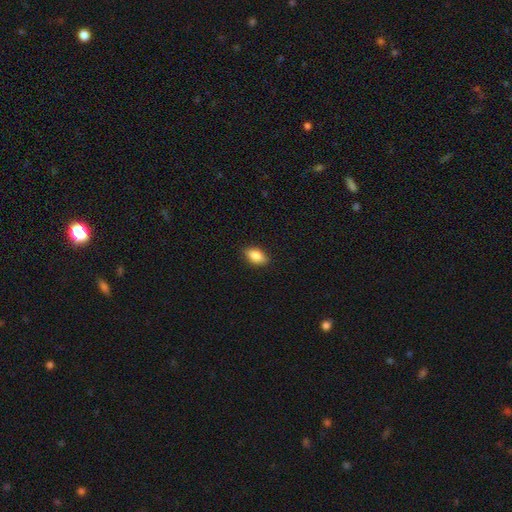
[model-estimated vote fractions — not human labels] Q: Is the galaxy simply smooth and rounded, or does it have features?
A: smooth — 85%.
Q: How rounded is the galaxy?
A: in between — 89%.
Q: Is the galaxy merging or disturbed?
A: none — 88%.